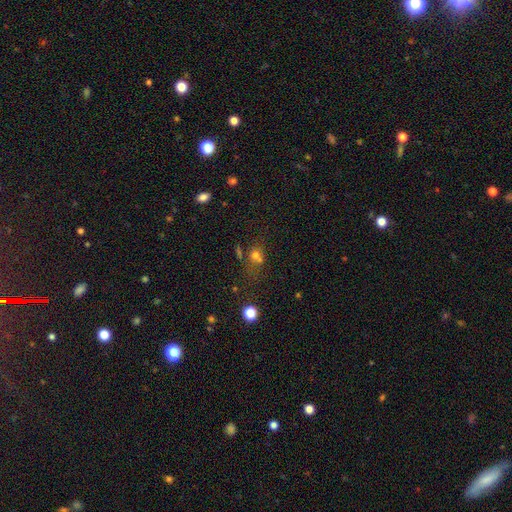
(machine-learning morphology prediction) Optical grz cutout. It shows a smooth galaxy with no disk features (63%) that is round (69%). Merging: none (40%).